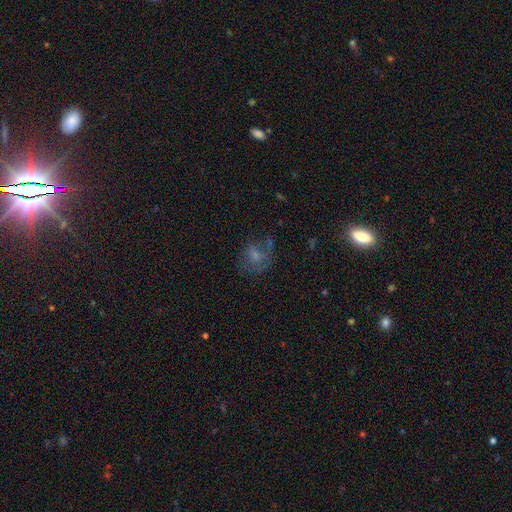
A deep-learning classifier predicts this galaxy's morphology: Q: Smooth or featured?
A: smooth (56%); runner-up: featured or disk (28%)
Q: How rounded?
A: round (54%); runner-up: in between (44%)
Q: Merging?
A: none (45%); runner-up: major disturbance (28%)